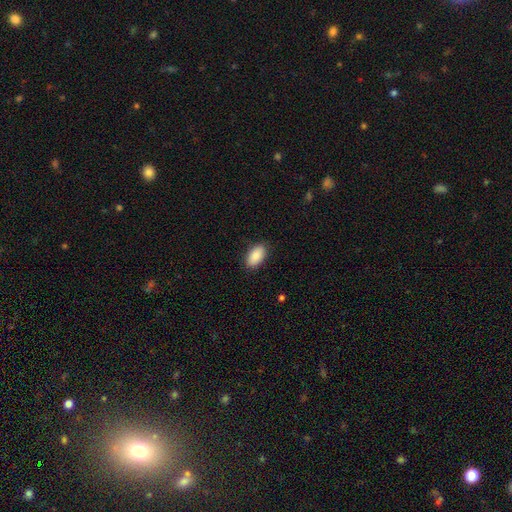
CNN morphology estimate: This appears to be a smooth galaxy with no disk features (87%) that is in between round and cigar-shaped (94%). Merging: none (87%).